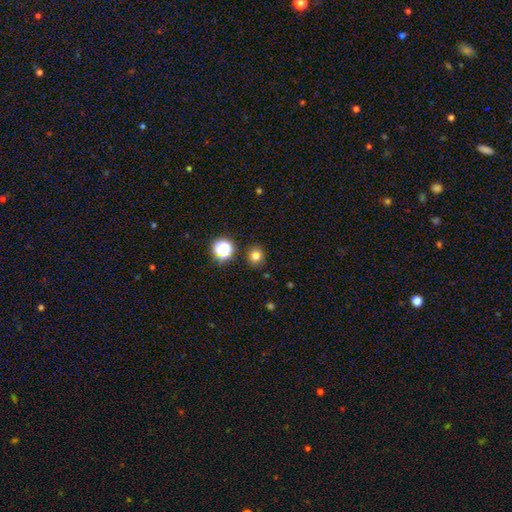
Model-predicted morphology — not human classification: This appears to be a smooth galaxy with no disk features (75%) that is round (82%). Merging: none (86%).